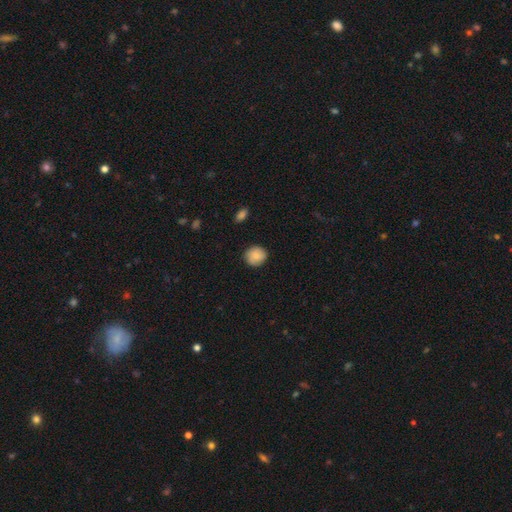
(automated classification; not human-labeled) smooth_or_featured: smooth (p=0.85) [alt: featured or disk p=0.08]
how_rounded: round (p=0.85) [alt: in between p=0.14]
merging: none (p=0.84) [alt: minor disturbance p=0.12]